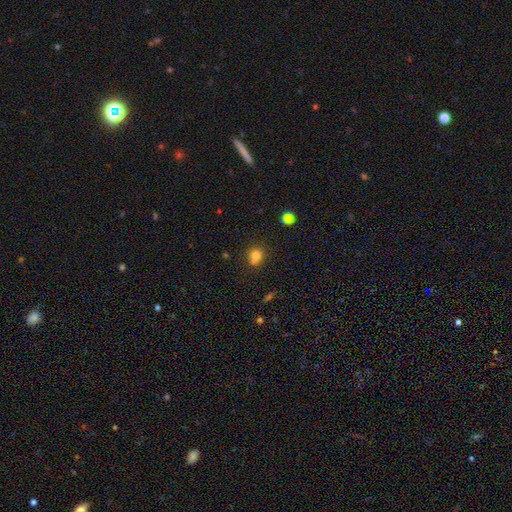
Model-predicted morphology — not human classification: type=smooth (75%); roundness=round (82%); merging=none (54%).